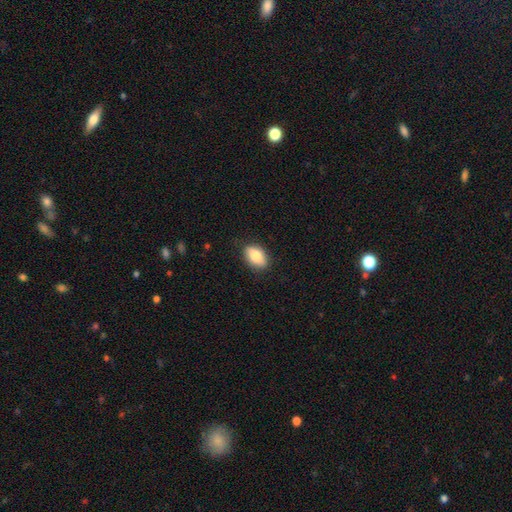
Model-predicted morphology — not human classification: Smooth or featured? smooth (81%)
How rounded? in between (87%)
Merging? none (84%)